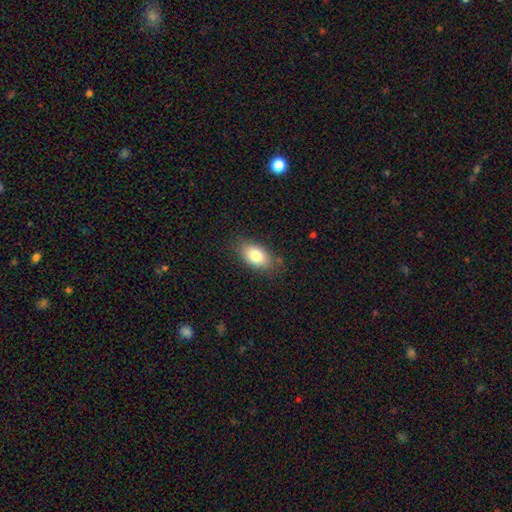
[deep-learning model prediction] The model was most divided on "merging": none: 81%, minor disturbance: 15%, major disturbance: 4%, merger: 1%. More confident: how rounded — in between (90%); smooth or featured — smooth (81%).